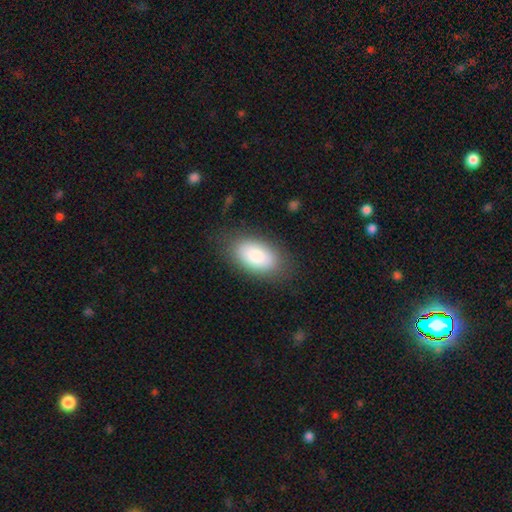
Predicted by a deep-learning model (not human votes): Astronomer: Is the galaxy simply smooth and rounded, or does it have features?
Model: smooth — 84%.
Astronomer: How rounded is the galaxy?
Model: in between — 93%.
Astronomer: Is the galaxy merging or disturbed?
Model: none — 82%.